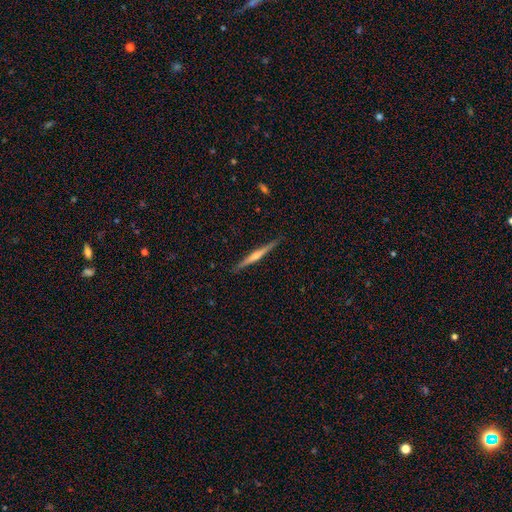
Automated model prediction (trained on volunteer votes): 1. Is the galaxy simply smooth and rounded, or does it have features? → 73% featured or disk, 22% smooth, 6% star or artifact.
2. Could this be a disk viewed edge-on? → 98% yes, 2% no.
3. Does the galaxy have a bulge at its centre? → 75% rounded, 16% none, 9% boxy.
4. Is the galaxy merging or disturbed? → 91% none, 7% minor disturbance, 1% major disturbance, 1% merger.